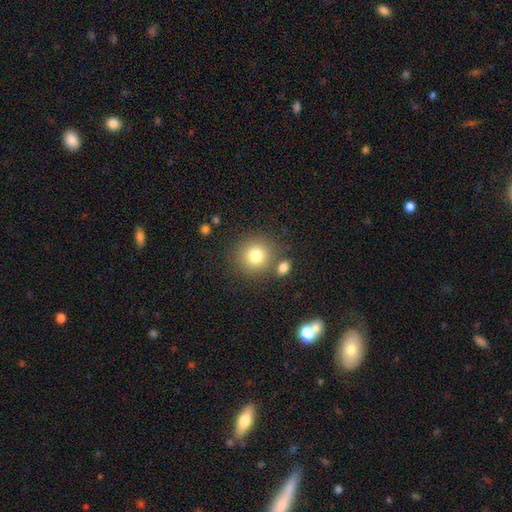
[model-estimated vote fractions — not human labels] This appears to be a smooth galaxy with no disk features (79%) that is round (88%). Merging: none (75%).